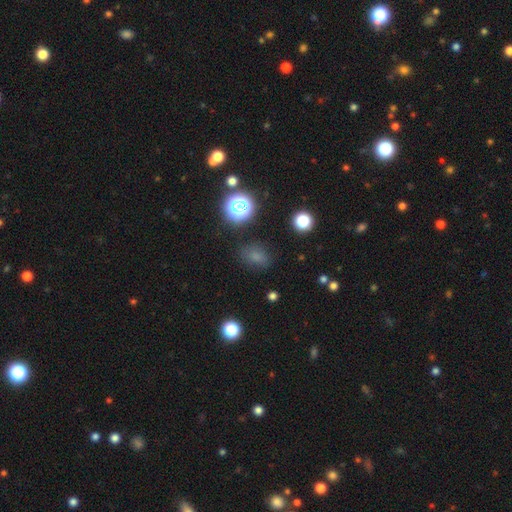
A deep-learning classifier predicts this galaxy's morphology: Smooth or featured? smooth (71%)
How rounded? in between (66%)
Merging? none (78%)